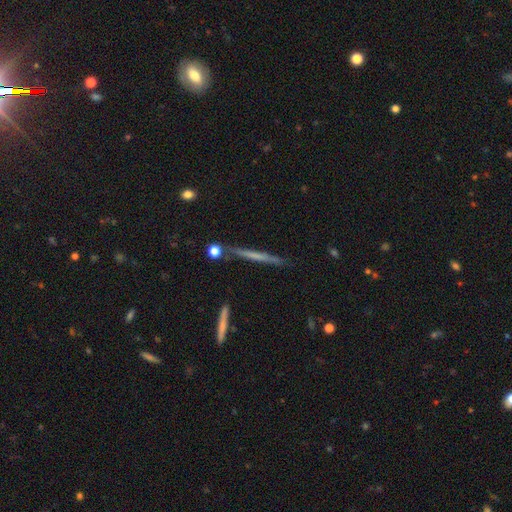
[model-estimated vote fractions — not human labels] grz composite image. It shows a featured or disk galaxy (52%) viewed edge-on (96%) with no central bulge (84%). Merging: none (83%).